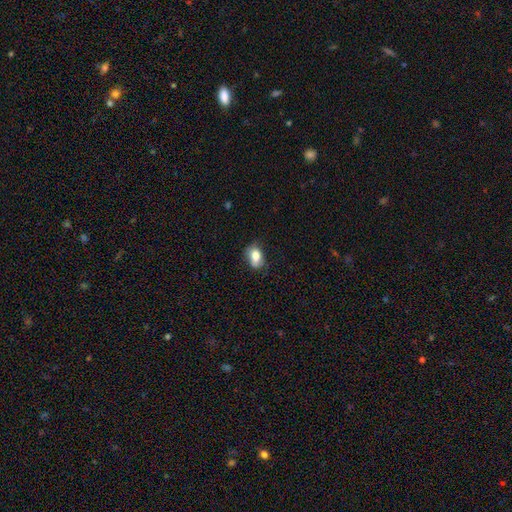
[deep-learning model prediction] This appears to be a smooth galaxy with no disk features (77%) that is in between round and cigar-shaped (81%). Merging: none (59%).